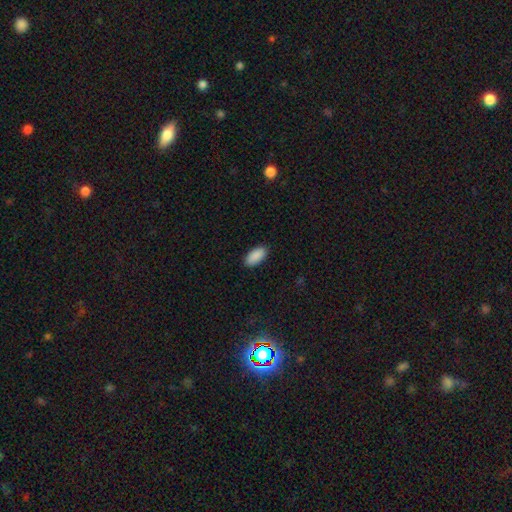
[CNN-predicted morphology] Q: Smooth or featured?
A: smooth (91%); runner-up: star or artifact (6%)
Q: How rounded?
A: in between (92%); runner-up: cigar-shaped (6%)
Q: Merging?
A: none (89%); runner-up: minor disturbance (8%)